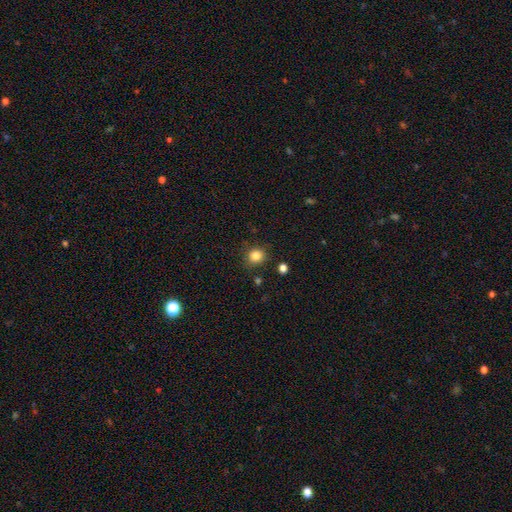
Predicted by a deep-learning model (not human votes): Morphology: type=smooth (84%); roundness=round (82%); merging=none (83%).